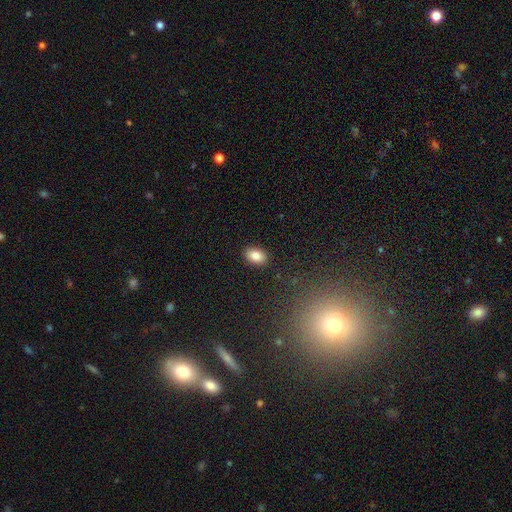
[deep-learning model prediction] A smooth galaxy with no disk features (85%) that is in between round and cigar-shaped (84%).

Vote fractions:
- Smooth or featured? smooth: 85% / star or artifact: 9% / featured or disk: 6%
- How rounded? in between: 84% / round: 14% / cigar-shaped: 1%
- Merging? none: 88% / minor disturbance: 8% / major disturbance: 2% / merger: 1%